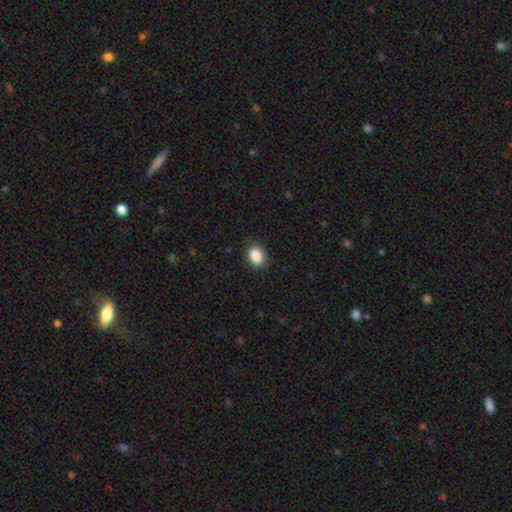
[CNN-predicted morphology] Smooth or featured: smooth — 88% (star or artifact — 8%)
How rounded: in between — 60% (round — 39%)
Merging: none — 86% (minor disturbance — 11%)